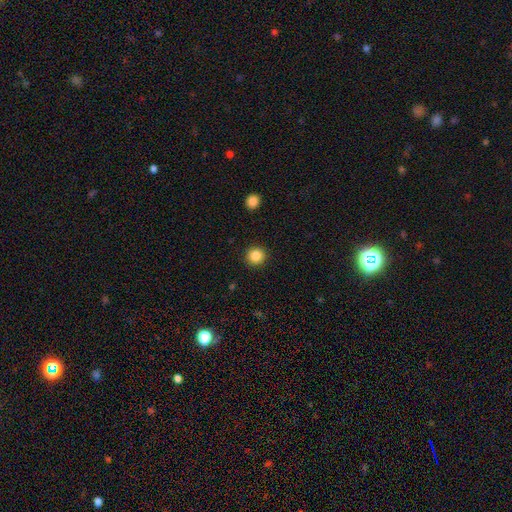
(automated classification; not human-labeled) This appears to be a smooth galaxy with no disk features (86%) that is round (94%). Merging: none (92%).